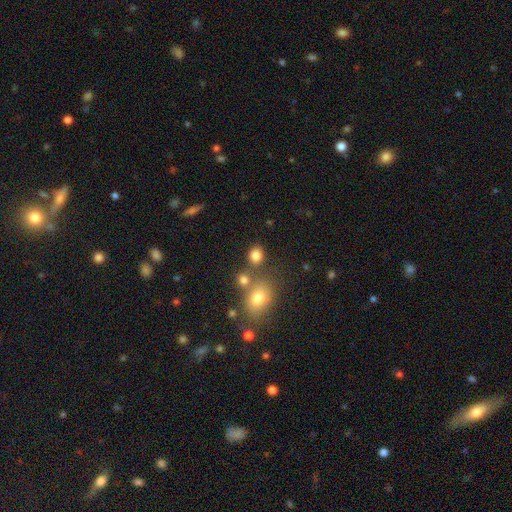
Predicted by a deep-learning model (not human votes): Smooth or featured: smooth — 81% (star or artifact — 13%)
How rounded: round — 63% (in between — 36%)
Merging: none — 69% (merger — 15%)